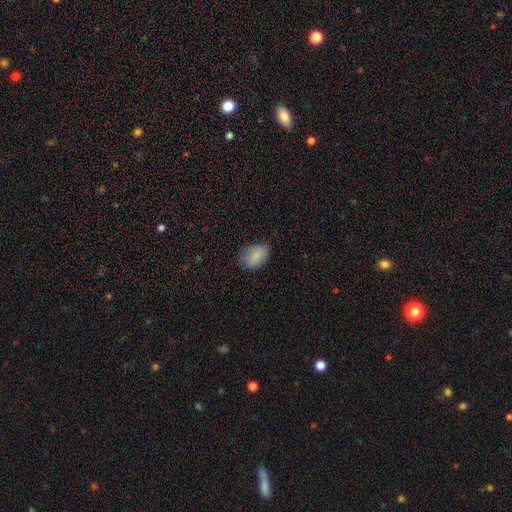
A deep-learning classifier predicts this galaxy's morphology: type=smooth (86%); roundness=in between (75%); merging=none (68%).